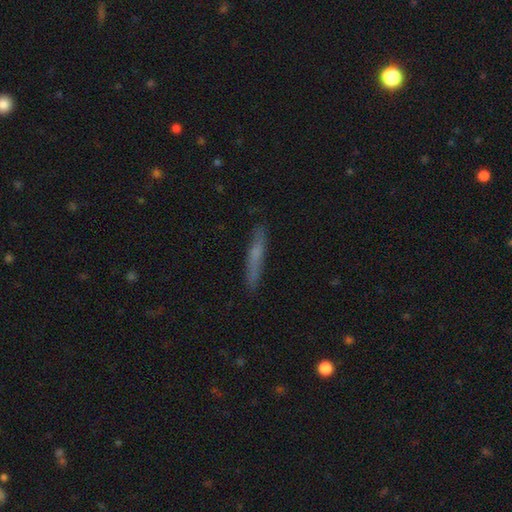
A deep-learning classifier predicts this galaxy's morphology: Smooth or featured: smooth — 56% (featured or disk — 35%)
How rounded: cigar-shaped — 94% (in between — 4%)
Merging: none — 86% (minor disturbance — 11%)